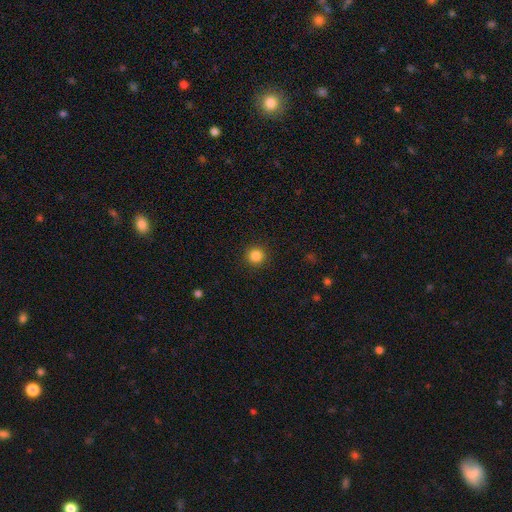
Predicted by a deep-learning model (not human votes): smooth_or_featured: smooth (p=0.85) [alt: star or artifact p=0.12]
how_rounded: round (p=0.96) [alt: in between p=0.04]
merging: none (p=0.92) [alt: minor disturbance p=0.05]